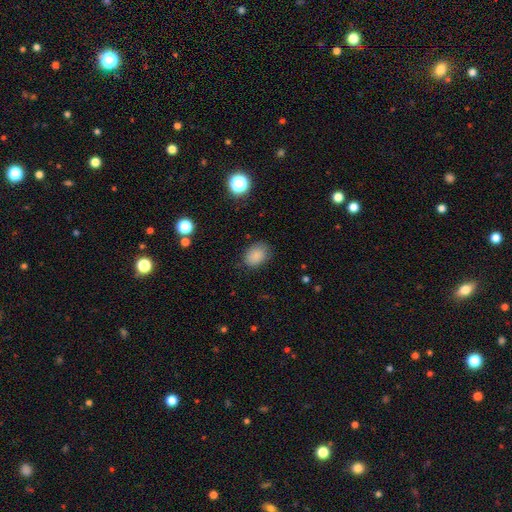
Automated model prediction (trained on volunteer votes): smooth 84%, star or artifact 10%, featured or disk 6%. Down the decision tree: how rounded — in between (71%); merging — none (77%).